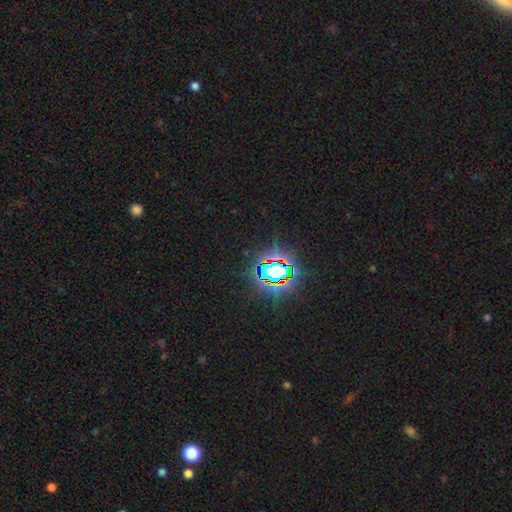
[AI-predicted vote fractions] Overall: star or artifact (83%).